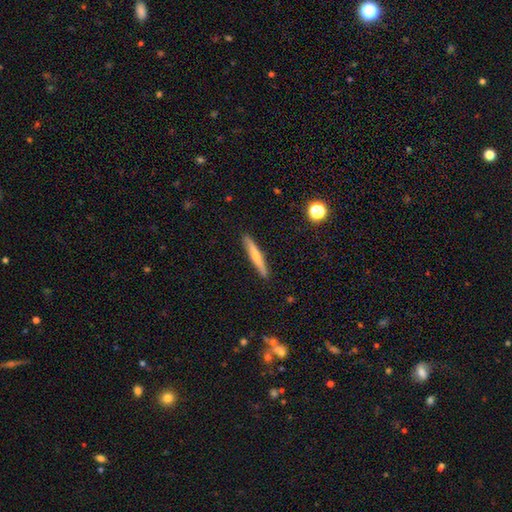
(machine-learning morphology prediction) type=featured or disk (56%); edge-on=yes (95%); edge-on bulge=rounded (80%); merging=none (90%).